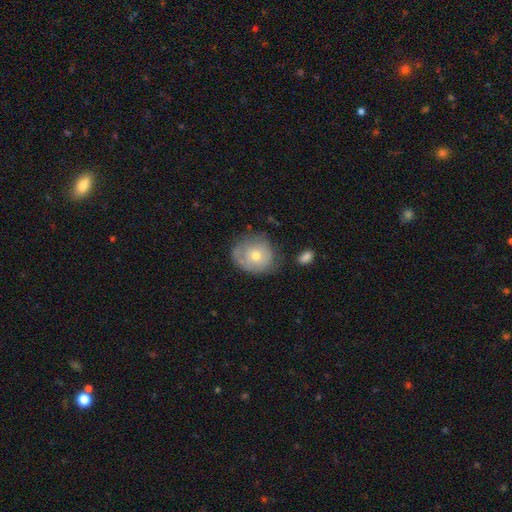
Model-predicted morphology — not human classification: Overall: smooth (55%; featured or disk 37%). How rounded: round (76%). Merging: none (57%; minor disturbance 28%).